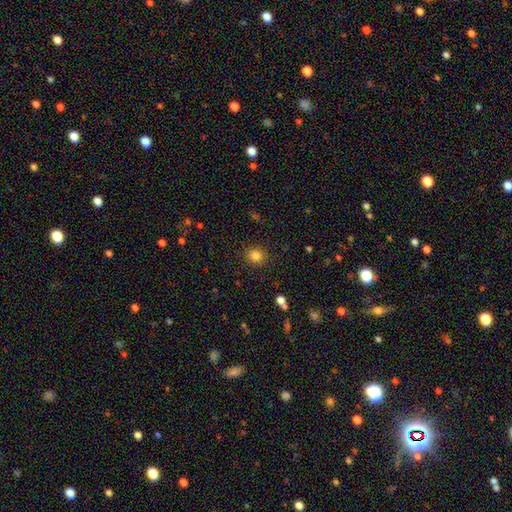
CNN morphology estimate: Q: Smooth or featured?
A: smooth (83%); runner-up: star or artifact (12%)
Q: How rounded?
A: round (83%); runner-up: in between (16%)
Q: Merging?
A: none (88%); runner-up: minor disturbance (8%)